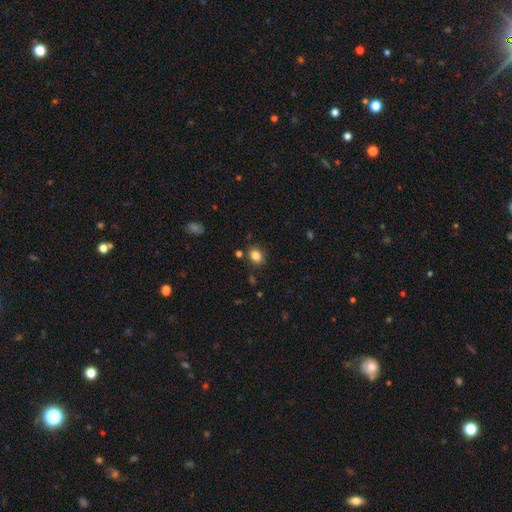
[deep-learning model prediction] smooth-or-featured: smooth: 83% | star or artifact: 11% | featured or disk: 6%
  how-rounded: round: 52% | in between: 47% | cigar-shaped: 1%
  merging: none: 81% | minor disturbance: 12% | merger: 4% | major disturbance: 3%